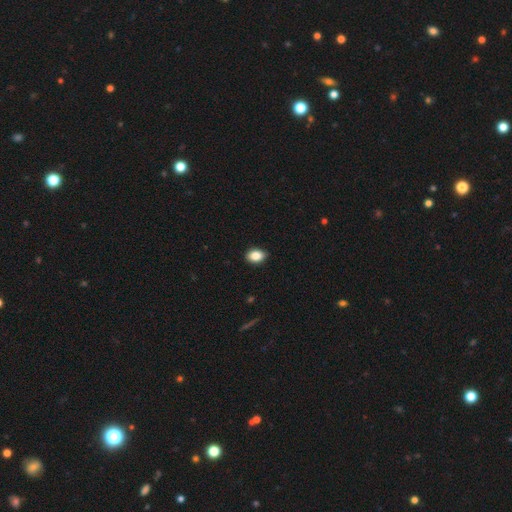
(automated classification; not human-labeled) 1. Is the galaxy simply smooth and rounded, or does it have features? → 87% smooth, 8% star or artifact, 5% featured or disk.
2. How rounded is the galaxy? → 80% in between, 19% round, 1% cigar-shaped.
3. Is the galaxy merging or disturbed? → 88% none, 9% minor disturbance, 2% major disturbance, 1% merger.